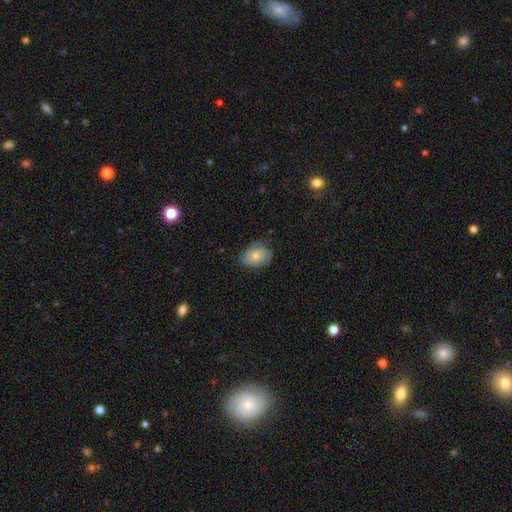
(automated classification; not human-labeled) smooth-or-featured: smooth: 50% | featured or disk: 41% | star or artifact: 9%
  how-rounded: in between: 68% | round: 31% | cigar-shaped: 1%
  merging: none: 72% | minor disturbance: 22% | major disturbance: 5% | merger: 1%